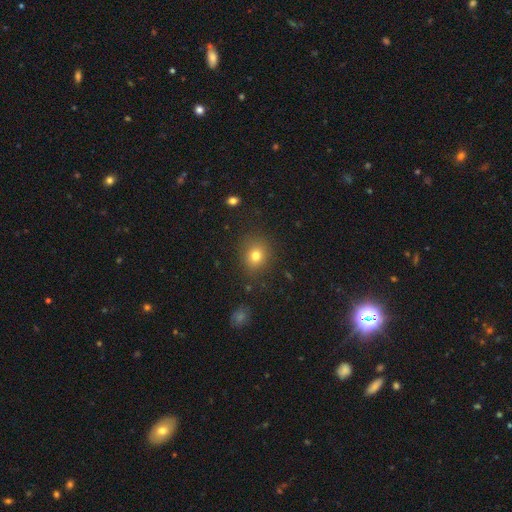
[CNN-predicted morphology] Smooth or featured?
  - smooth: 78% *
  - star or artifact: 14%
  - featured or disk: 9%
How rounded?
  - round: 73% *
  - in between: 26%
  - cigar-shaped: 1%
Merging?
  - none: 84% *
  - minor disturbance: 11%
  - major disturbance: 4%
  - merger: 2%